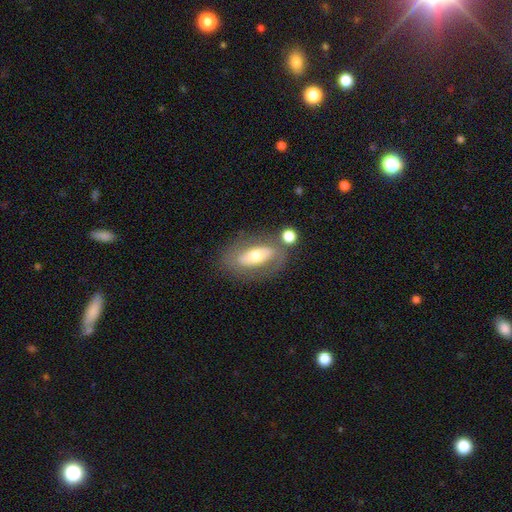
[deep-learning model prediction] Smooth or featured? featured or disk (48%)
Merging? none (65%)